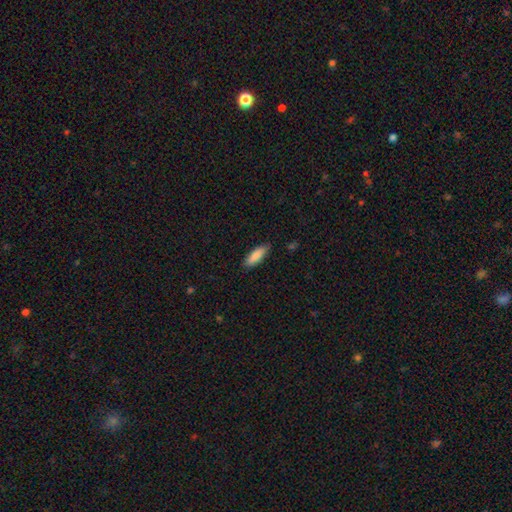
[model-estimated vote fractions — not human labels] This appears to be a smooth galaxy with no disk features (85%) that is in between round and cigar-shaped (60%). Merging: none (86%).